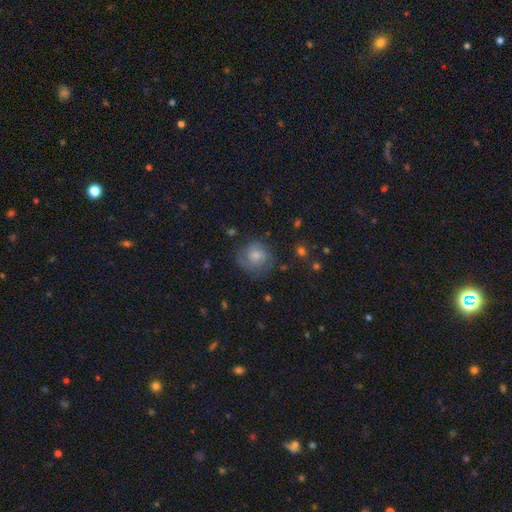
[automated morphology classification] smooth-or-featured: smooth: 51% | featured or disk: 40% | star or artifact: 9%
  how-rounded: round: 84% | in between: 15% | cigar-shaped: 1%
  merging: none: 68% | minor disturbance: 20% | major disturbance: 10% | merger: 2%